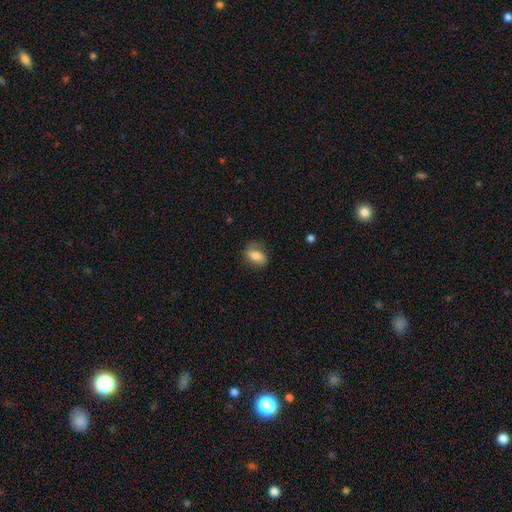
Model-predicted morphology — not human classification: A smooth galaxy with no disk features (66%) that is in between round and cigar-shaped (74%).

Vote fractions:
- Smooth or featured? smooth: 66% / featured or disk: 26% / star or artifact: 8%
- How rounded? in between: 74% / round: 22% / cigar-shaped: 3%
- Merging? none: 74% / minor disturbance: 19% / major disturbance: 6% / merger: 1%